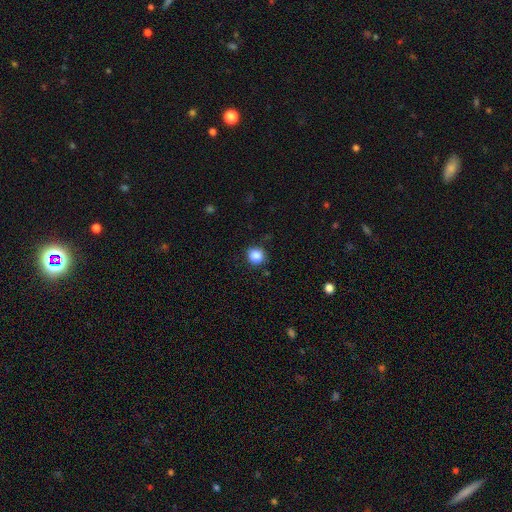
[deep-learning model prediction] This is clearly a smooth galaxy (86%). How rounded: clearly round (87%). Merging: clearly none (86%).